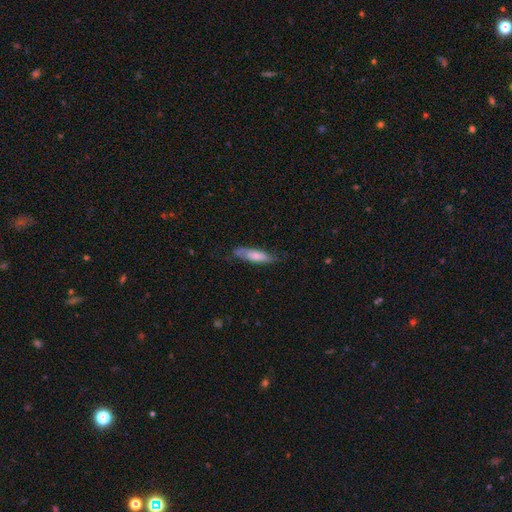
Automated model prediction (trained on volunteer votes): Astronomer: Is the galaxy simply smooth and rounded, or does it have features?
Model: smooth — 60%.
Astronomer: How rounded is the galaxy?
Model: cigar-shaped — 57% (runner-up: in between, 41%).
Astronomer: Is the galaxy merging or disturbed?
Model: none — 65%.